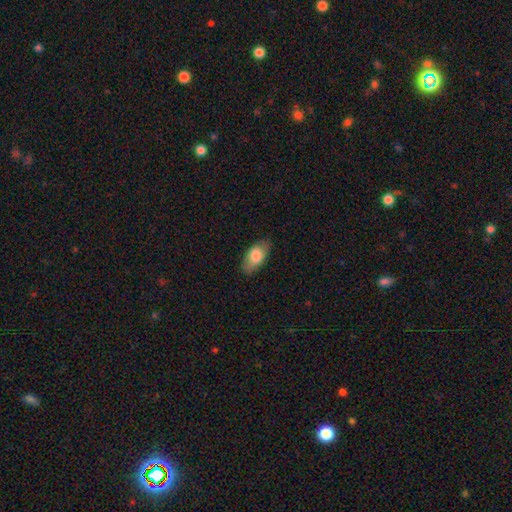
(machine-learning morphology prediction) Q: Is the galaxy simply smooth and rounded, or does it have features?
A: smooth — 78%.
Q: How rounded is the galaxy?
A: in between — 91%.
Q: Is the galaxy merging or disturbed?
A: none — 80%.